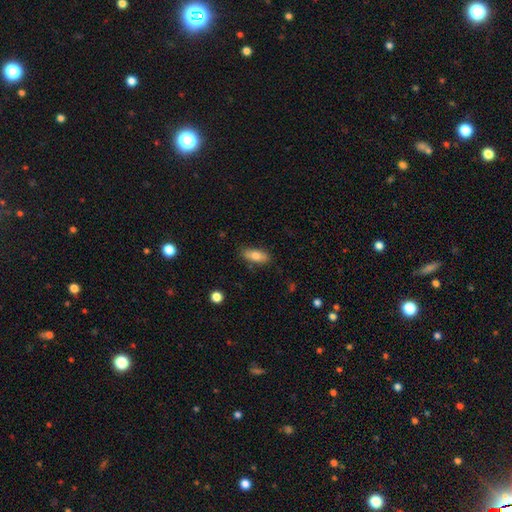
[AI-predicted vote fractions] A smooth galaxy with no disk features (77%) that is in between round and cigar-shaped (81%).

Vote fractions:
- Smooth or featured? smooth: 77% / featured or disk: 16% / star or artifact: 7%
- How rounded? in between: 81% / cigar-shaped: 16% / round: 3%
- Merging? none: 84% / minor disturbance: 12% / major disturbance: 2% / merger: 2%